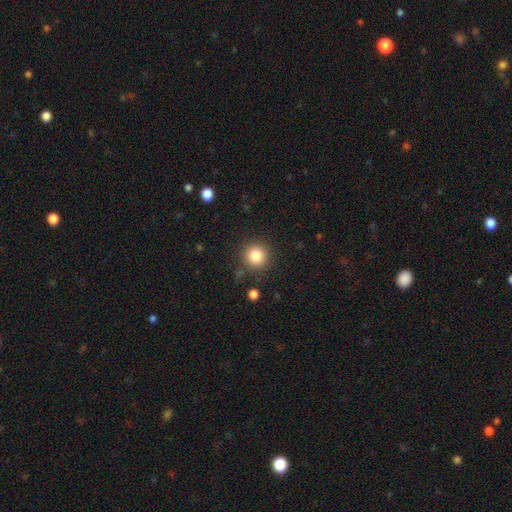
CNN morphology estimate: A smooth galaxy with no disk features (83%) that is round (93%). Merging: none (87%).